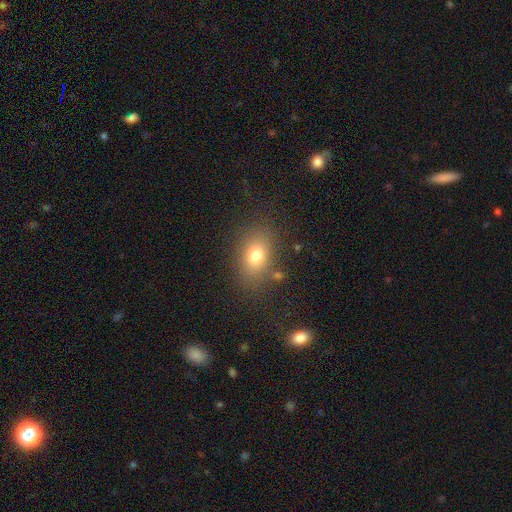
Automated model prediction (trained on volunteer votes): Q: Smooth or featured?
A: smooth (75%); runner-up: star or artifact (13%)
Q: How rounded?
A: in between (74%); runner-up: round (24%)
Q: Merging?
A: none (79%); runner-up: minor disturbance (12%)